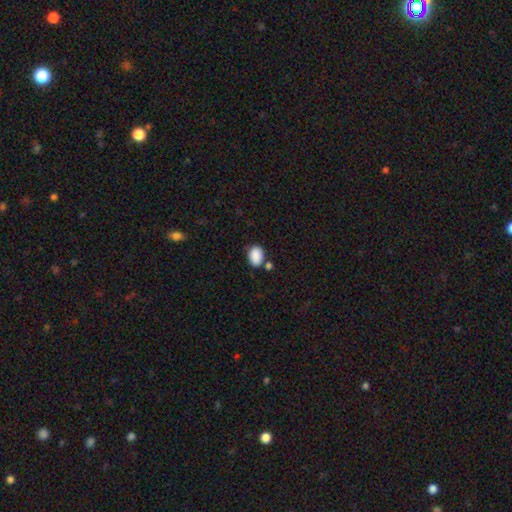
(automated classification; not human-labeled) Overall: smooth (89%). How rounded: in between (82%). Merging: none (71%).